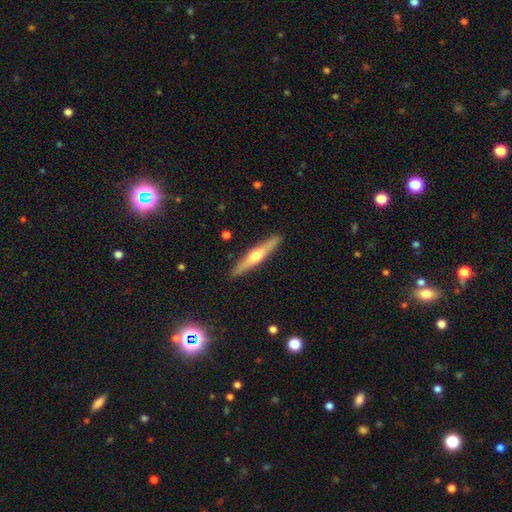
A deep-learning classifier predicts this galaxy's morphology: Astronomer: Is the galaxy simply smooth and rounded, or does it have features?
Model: featured or disk — 62%.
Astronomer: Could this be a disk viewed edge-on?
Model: yes — 96%.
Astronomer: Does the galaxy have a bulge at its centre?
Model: rounded — 92%.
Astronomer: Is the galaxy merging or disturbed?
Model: none — 91%.